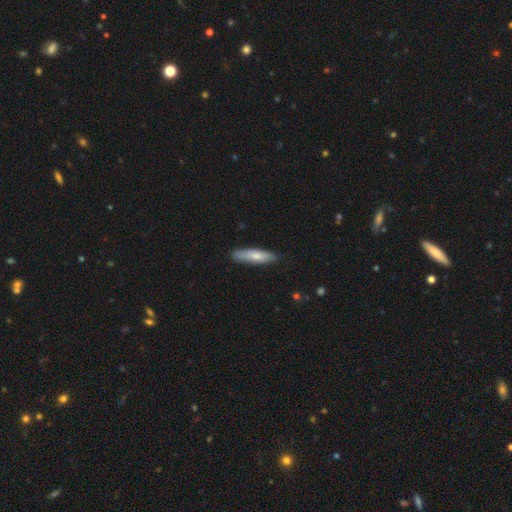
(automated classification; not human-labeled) The model was most divided on "how rounded": cigar-shaped: 72%, in between: 26%, round: 2%. More confident: merging — none (86%); smooth or featured — smooth (72%).